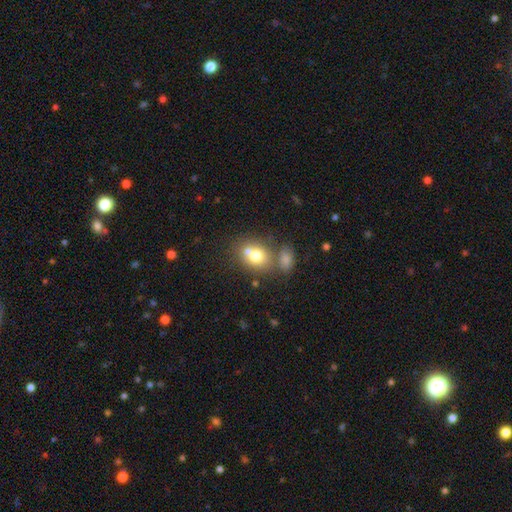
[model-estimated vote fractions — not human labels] A smooth galaxy with no disk features (72%) that is round (59%).

Vote fractions:
- Smooth or featured? smooth: 72% / featured or disk: 17% / star or artifact: 11%
- How rounded? round: 59% / in between: 40% / cigar-shaped: 1%
- Merging? merger: 43% (tied) / none: 43% (tied) / minor disturbance: 10% / major disturbance: 4%